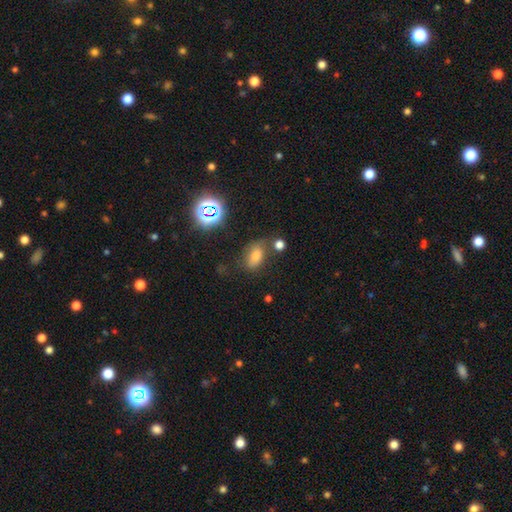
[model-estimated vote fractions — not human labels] Smooth or featured?
  - smooth: 66% *
  - star or artifact: 22%
  - featured or disk: 12%
How rounded?
  - in between: 83% *
  - round: 13%
  - cigar-shaped: 3%
Merging?
  - none: 65% *
  - minor disturbance: 19%
  - merger: 9%
  - major disturbance: 7%